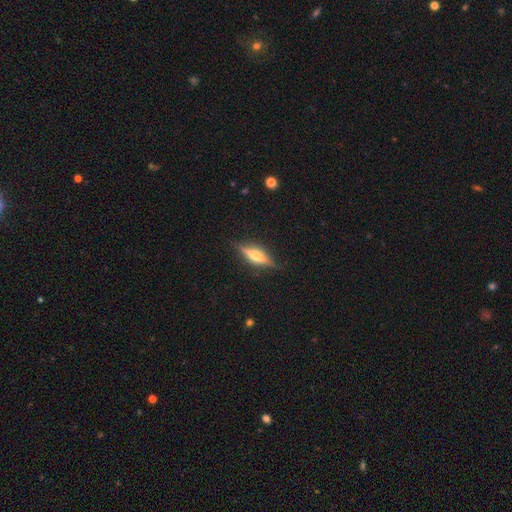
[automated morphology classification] Smooth or featured? featured or disk (64%)
Edge-on disk? yes (95%)
Edge-on bulge? rounded (71%)
Merging? none (85%)